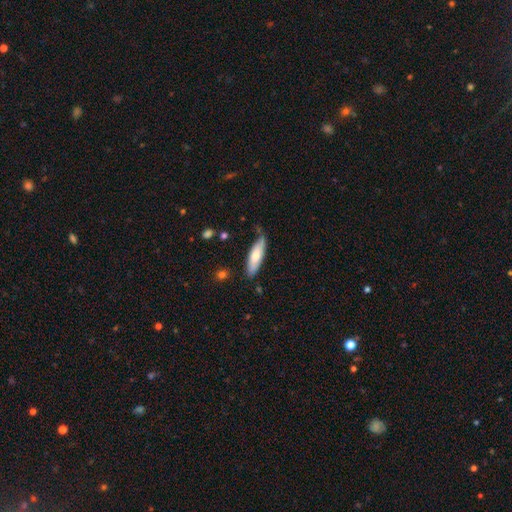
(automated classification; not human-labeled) smooth_or_featured: smooth (p=0.68) [alt: featured or disk p=0.26]
how_rounded: cigar-shaped (p=0.52) [alt: in between p=0.46]
merging: none (p=0.74) [alt: minor disturbance p=0.20]